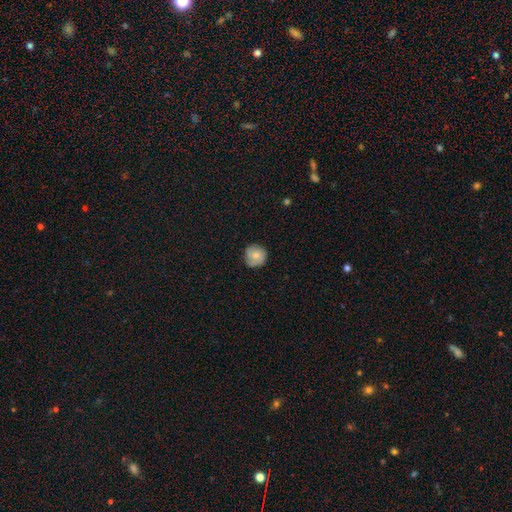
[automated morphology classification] The model was most divided on "smooth or featured": smooth: 72%, featured or disk: 21%, star or artifact: 8%. More confident: how rounded — round (92%); merging — none (76%).